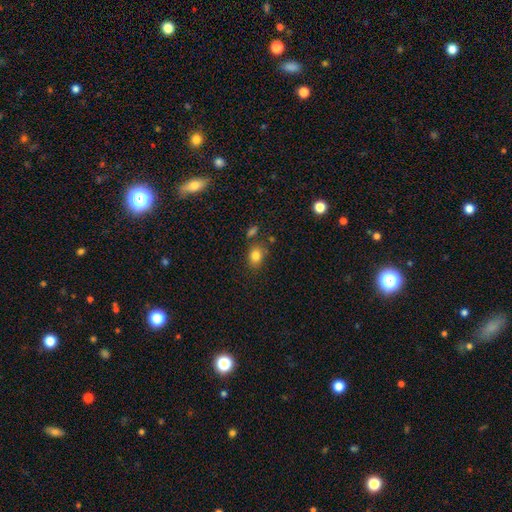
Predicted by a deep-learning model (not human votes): Smooth or featured? smooth (82%)
How rounded? in between (57%)
Merging? none (73%)